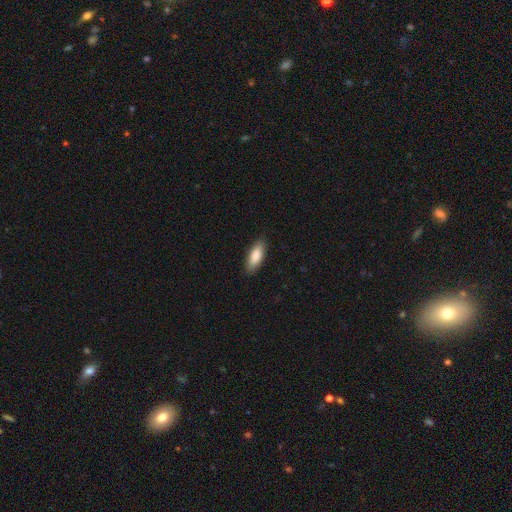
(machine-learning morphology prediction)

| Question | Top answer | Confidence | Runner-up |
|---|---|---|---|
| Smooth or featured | smooth | 86% | featured or disk (9%) |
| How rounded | in between | 73% | cigar-shaped (25%) |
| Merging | none | 88% | minor disturbance (9%) |